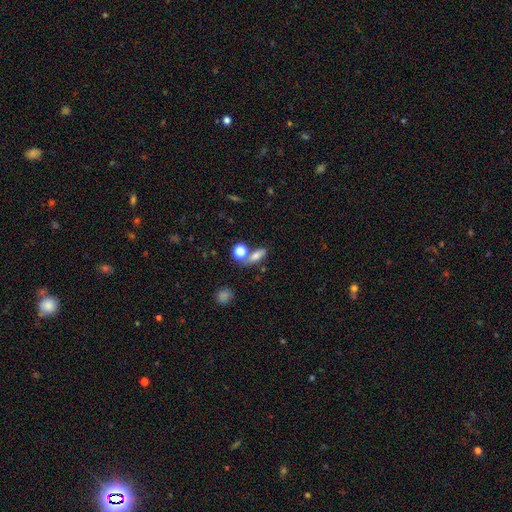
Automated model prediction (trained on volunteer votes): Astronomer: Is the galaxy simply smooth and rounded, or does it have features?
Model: smooth — 73%.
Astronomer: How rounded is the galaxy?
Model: in between — 59%.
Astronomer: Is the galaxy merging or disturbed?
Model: none — 56%.